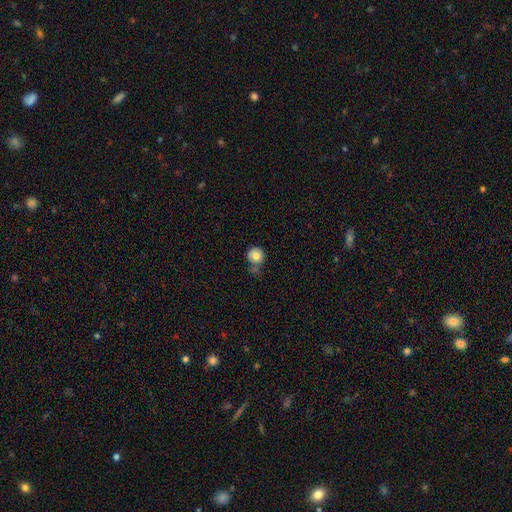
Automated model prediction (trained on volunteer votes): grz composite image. It shows a smooth galaxy with no disk features (78%) that is round (86%). Merging: none (45%).